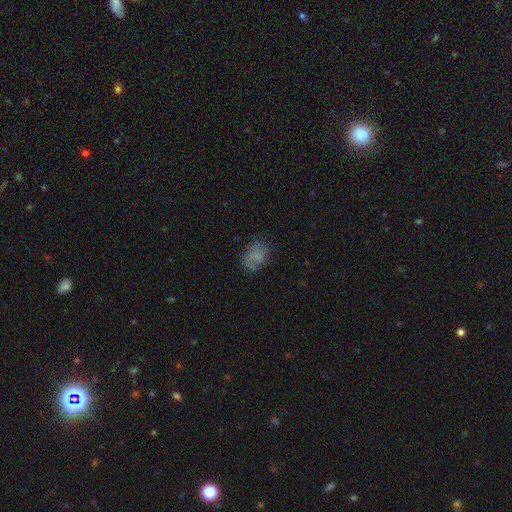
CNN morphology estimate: The model was most divided on "merging": none: 55%, minor disturbance: 25%, major disturbance: 17%, merger: 3%. More confident: how rounded — in between (73%); smooth or featured — smooth (60%).